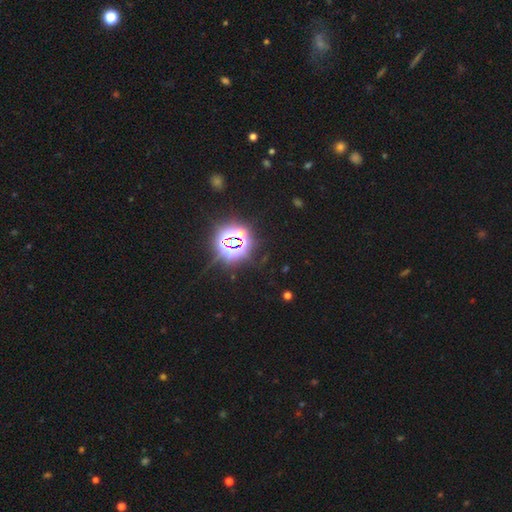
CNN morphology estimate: The model was most divided on "smooth or featured": star or artifact: 83%, smooth: 11%, featured or disk: 6%.